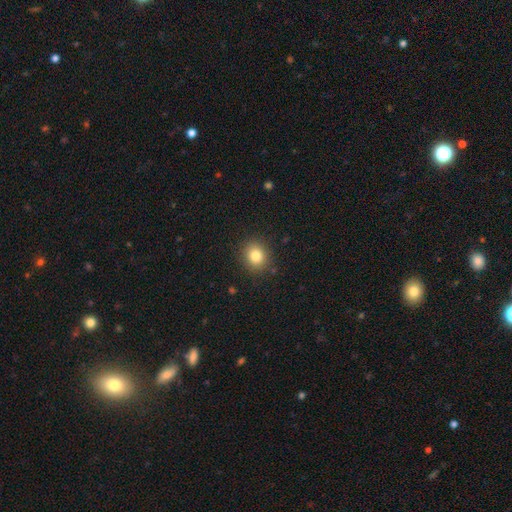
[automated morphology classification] Smooth or featured?
  - smooth: 83% *
  - star or artifact: 11%
  - featured or disk: 6%
How rounded?
  - round: 79% *
  - in between: 20%
  - cigar-shaped: 1%
Merging?
  - none: 88% *
  - minor disturbance: 8%
  - major disturbance: 3%
  - merger: 1%